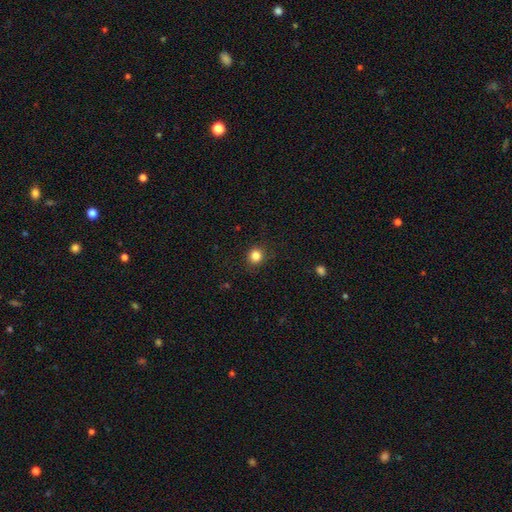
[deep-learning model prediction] Smooth or featured? smooth (84%)
How rounded? round (88%)
Merging? none (89%)